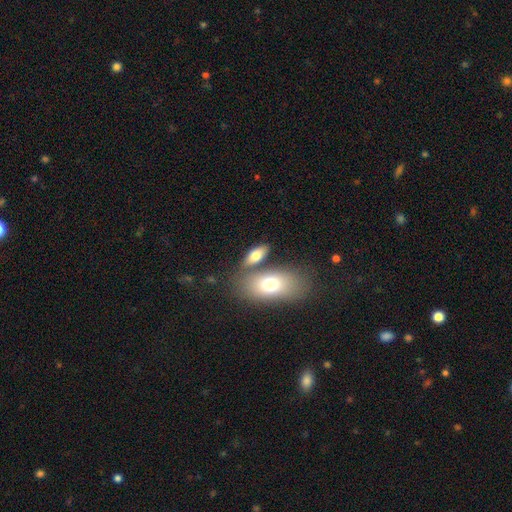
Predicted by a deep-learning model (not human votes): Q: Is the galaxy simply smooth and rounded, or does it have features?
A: smooth — 73%.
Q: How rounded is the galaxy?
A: in between — 83%.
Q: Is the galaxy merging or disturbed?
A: none — 54%.